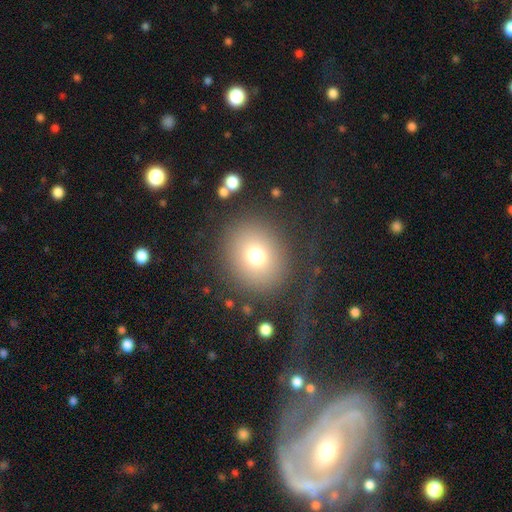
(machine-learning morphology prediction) A smooth galaxy with no disk features (71%) that is round (72%).

Vote fractions:
- Smooth or featured? smooth: 71% / star or artifact: 15% / featured or disk: 14%
- How rounded? round: 72% / in between: 27% / cigar-shaped: 1%
- Merging? none: 76% / minor disturbance: 11% / major disturbance: 11% / merger: 2%